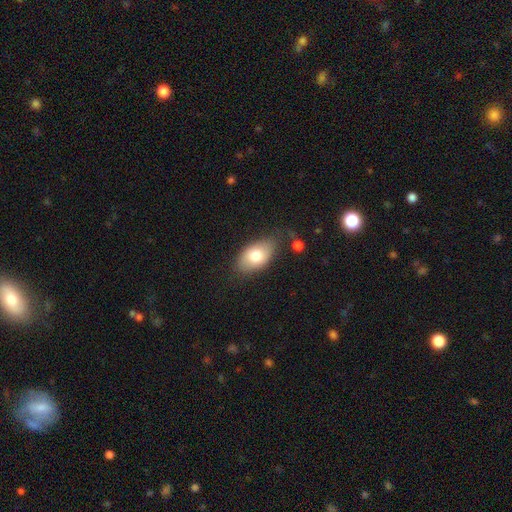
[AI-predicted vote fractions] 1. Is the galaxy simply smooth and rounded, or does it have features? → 77% smooth, 16% featured or disk, 7% star or artifact.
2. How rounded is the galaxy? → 92% in between, 6% round, 2% cigar-shaped.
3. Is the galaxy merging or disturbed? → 70% none, 20% minor disturbance, 6% major disturbance, 4% merger.